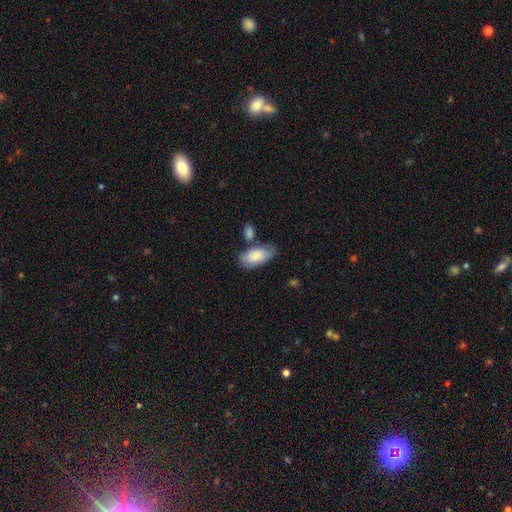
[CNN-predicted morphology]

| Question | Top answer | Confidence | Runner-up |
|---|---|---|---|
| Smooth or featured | smooth | 79% | featured or disk (15%) |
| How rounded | in between | 93% | cigar-shaped (4%) |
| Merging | none | 56% | minor disturbance (23%) |